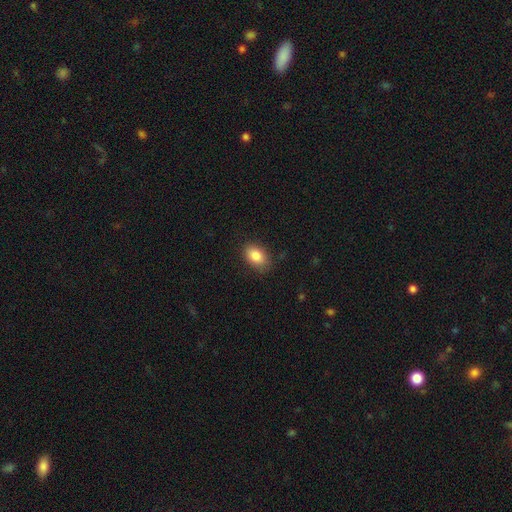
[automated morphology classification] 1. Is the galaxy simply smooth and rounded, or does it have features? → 85% smooth, 8% star or artifact, 7% featured or disk.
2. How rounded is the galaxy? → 86% in between, 12% round, 1% cigar-shaped.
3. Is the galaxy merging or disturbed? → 84% none, 12% minor disturbance, 3% major disturbance, 1% merger.